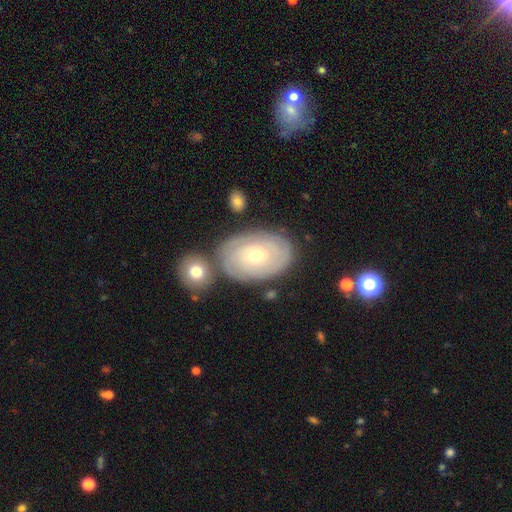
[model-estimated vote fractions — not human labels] This appears to be a featured or disk galaxy (70%) with no bar (79%), tight (82%) spiral arms (81%) and a moderate central bulge (57%). Merging: none (73%).